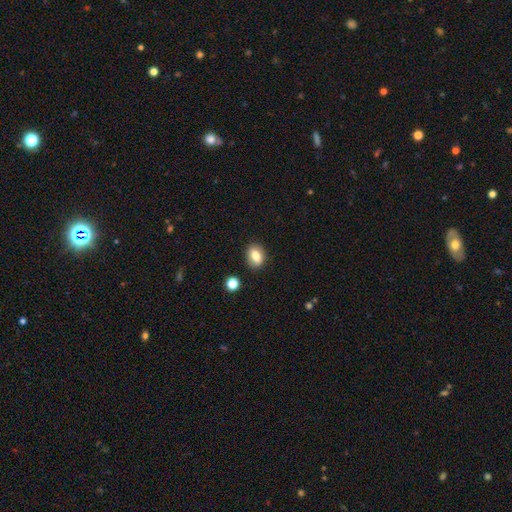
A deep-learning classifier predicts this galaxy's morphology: Smooth or featured? smooth (79%)
How rounded? in between (74%)
Merging? none (86%)